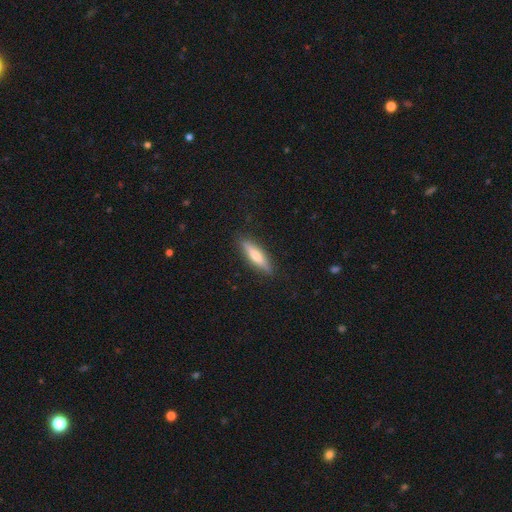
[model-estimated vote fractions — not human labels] smooth 57%, featured or disk 37%, star or artifact 6%. Down the decision tree: how rounded — cigar-shaped (75%); merging — none (89%).